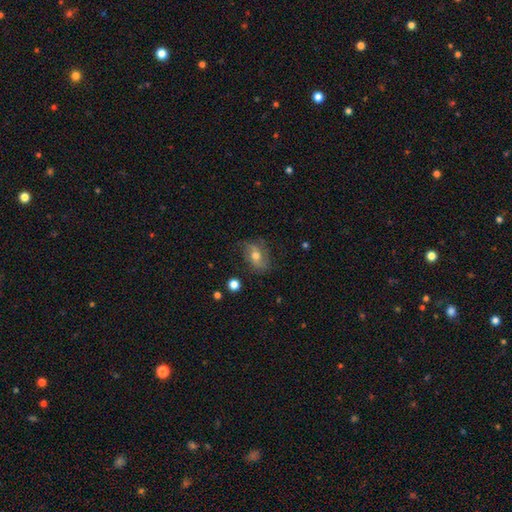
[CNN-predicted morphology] A featured or disk galaxy (46%).

Vote fractions:
- Smooth or featured? featured or disk: 46% / smooth: 43% / star or artifact: 11%
- Merging? none: 67% / minor disturbance: 22% / major disturbance: 9% / merger: 2%